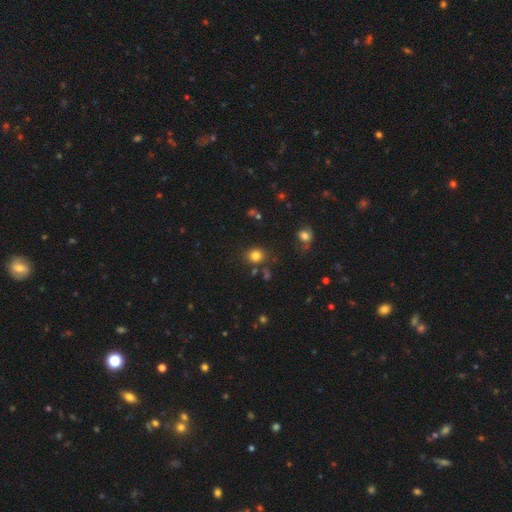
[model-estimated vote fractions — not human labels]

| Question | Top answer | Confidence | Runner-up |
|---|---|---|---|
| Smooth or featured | smooth | 81% | star or artifact (13%) |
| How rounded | round | 75% | in between (24%) |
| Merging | none | 80% | minor disturbance (11%) |